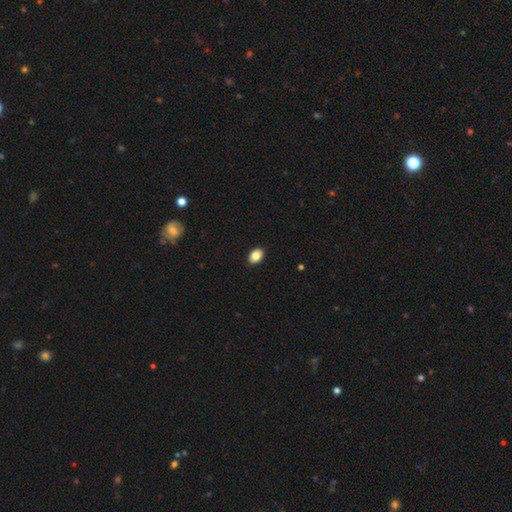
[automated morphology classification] Q: Smooth or featured?
A: smooth (86%); runner-up: star or artifact (8%)
Q: How rounded?
A: in between (83%); runner-up: round (16%)
Q: Merging?
A: none (90%); runner-up: minor disturbance (8%)